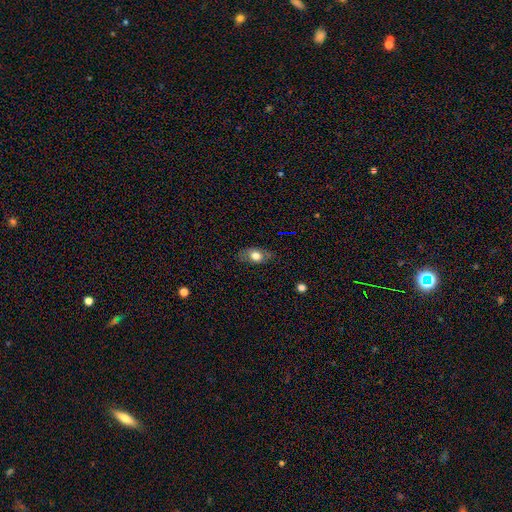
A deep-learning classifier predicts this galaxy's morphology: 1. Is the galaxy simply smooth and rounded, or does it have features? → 69% smooth, 22% featured or disk, 9% star or artifact.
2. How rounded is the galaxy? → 81% in between, 16% round, 4% cigar-shaped.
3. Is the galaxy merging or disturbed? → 74% none, 20% minor disturbance, 5% major disturbance, 1% merger.